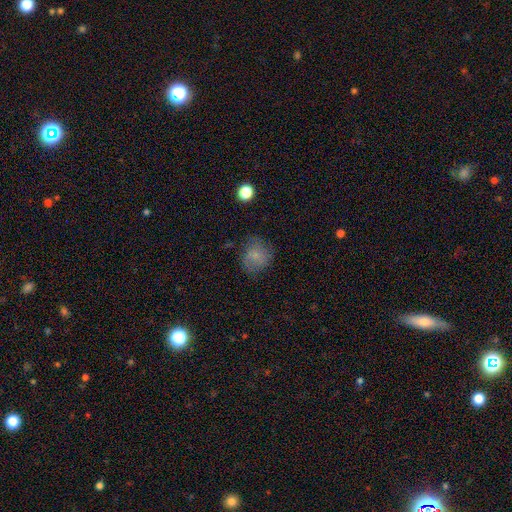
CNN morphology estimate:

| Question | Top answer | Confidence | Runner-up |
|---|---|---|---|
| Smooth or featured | smooth | 73% | featured or disk (16%) |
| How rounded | round | 73% | in between (26%) |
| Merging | none | 64% | minor disturbance (23%) |